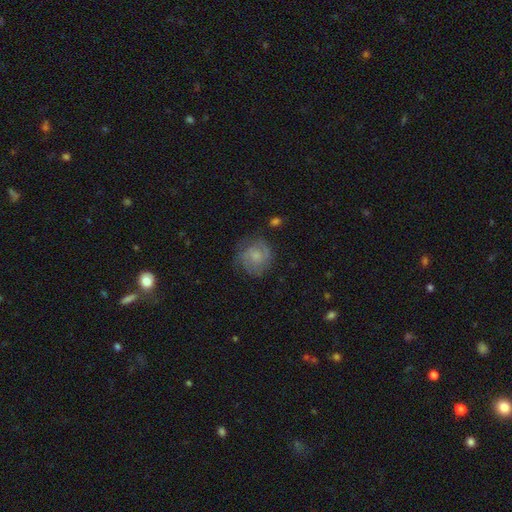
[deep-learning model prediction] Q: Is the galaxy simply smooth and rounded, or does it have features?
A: featured or disk — 54%.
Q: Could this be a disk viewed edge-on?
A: no — 98%.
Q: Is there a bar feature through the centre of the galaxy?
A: no — 71%.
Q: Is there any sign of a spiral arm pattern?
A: yes — 85%.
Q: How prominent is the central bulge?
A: small — 48%.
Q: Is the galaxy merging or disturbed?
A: none — 68%.